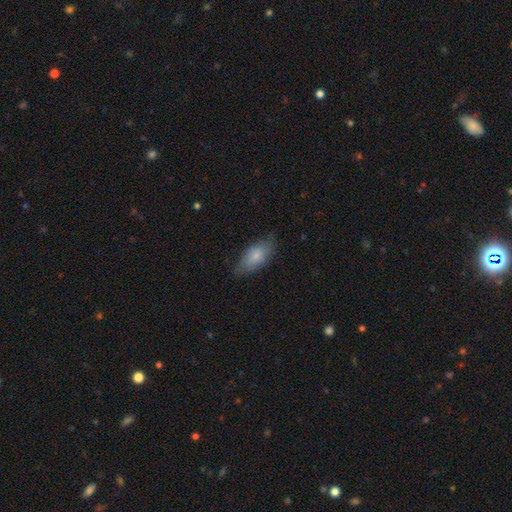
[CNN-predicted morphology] A smooth galaxy with no disk features (76%) that is in between round and cigar-shaped (87%).

Vote fractions:
- Smooth or featured? smooth: 76% / featured or disk: 18% / star or artifact: 6%
- How rounded? in between: 87% / cigar-shaped: 10% / round: 3%
- Merging? none: 72% / minor disturbance: 21% / major disturbance: 5% / merger: 1%